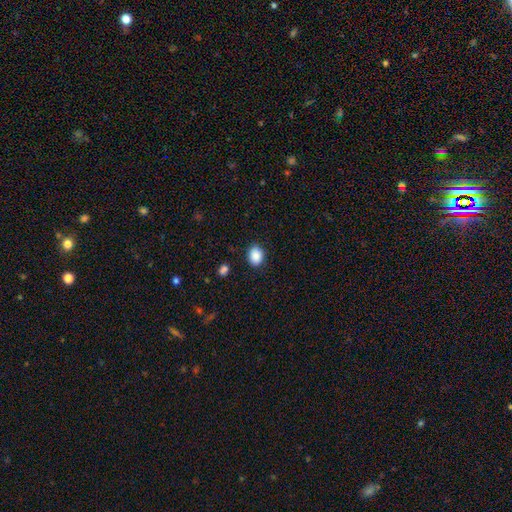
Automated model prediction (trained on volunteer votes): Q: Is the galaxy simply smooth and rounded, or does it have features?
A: smooth — 88%.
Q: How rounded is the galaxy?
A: in between — 58%.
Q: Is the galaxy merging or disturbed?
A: none — 86%.